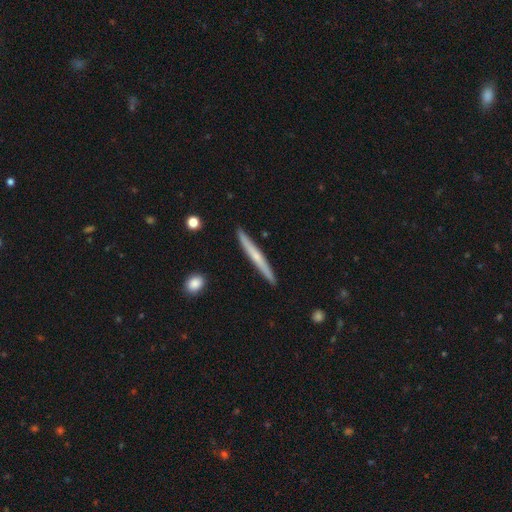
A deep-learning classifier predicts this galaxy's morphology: type=featured or disk (52%); edge-on=yes (96%); edge-on bulge=rounded (48%, tied with none); merging=none (91%).